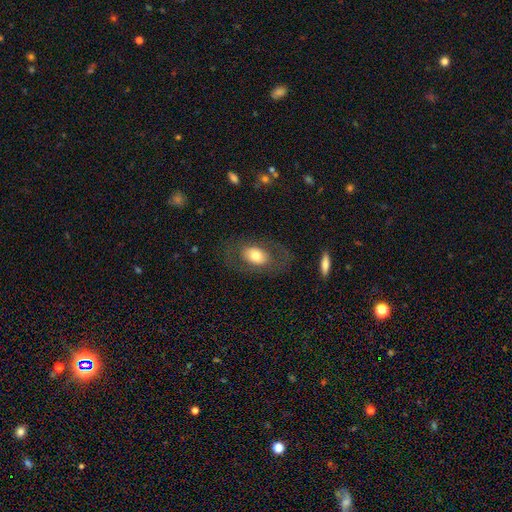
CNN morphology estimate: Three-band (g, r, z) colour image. It shows a smooth galaxy with no disk features (59%) that is in between round and cigar-shaped (81%). Merging: none (73%).